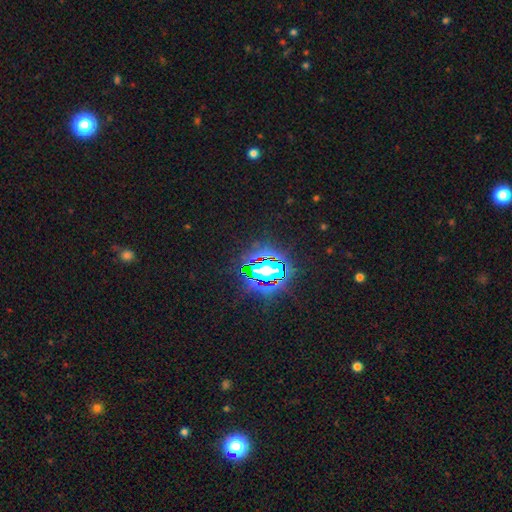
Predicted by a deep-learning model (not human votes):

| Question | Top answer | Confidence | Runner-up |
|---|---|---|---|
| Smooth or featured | star or artifact | 82% | smooth (11%) |